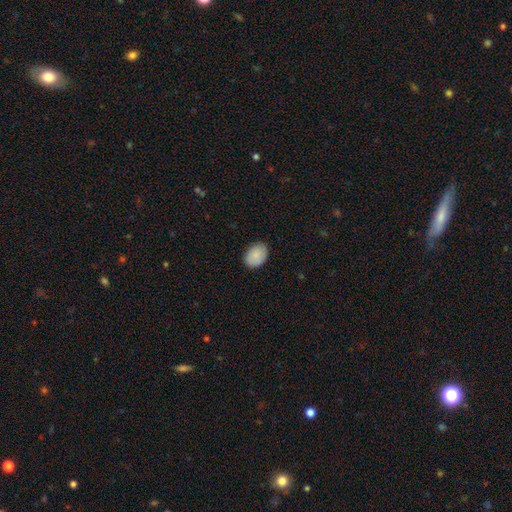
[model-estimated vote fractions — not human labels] Q: Smooth or featured?
A: smooth (88%); runner-up: star or artifact (6%)
Q: How rounded?
A: in between (77%); runner-up: round (22%)
Q: Merging?
A: none (86%); runner-up: minor disturbance (11%)